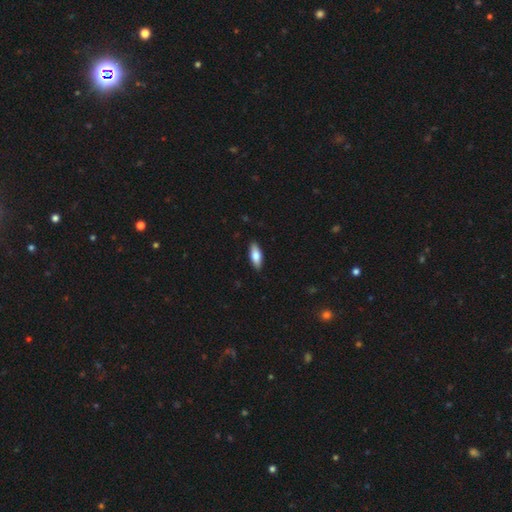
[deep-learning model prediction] The model was most divided on "how rounded": in between: 70%, cigar-shaped: 27%, round: 2%. More confident: merging — none (89%); smooth or featured — smooth (75%).